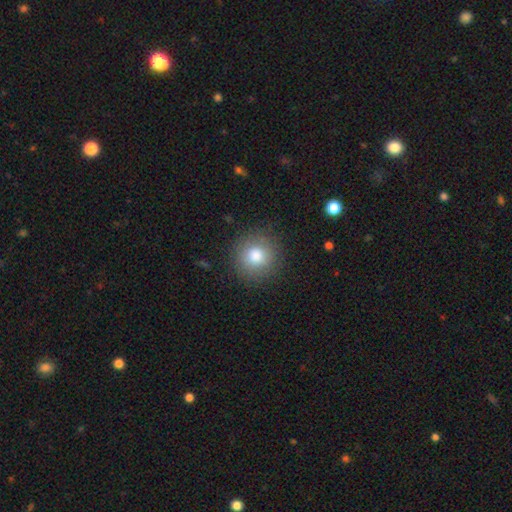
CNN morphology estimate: Smooth or featured: smooth — 82% (star or artifact — 10%)
How rounded: round — 93% (in between — 6%)
Merging: none — 87% (minor disturbance — 9%)